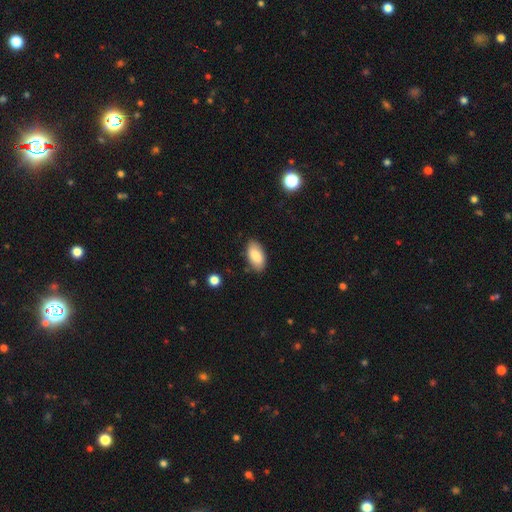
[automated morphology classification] type=smooth (86%); roundness=in between (94%); merging=none (84%).